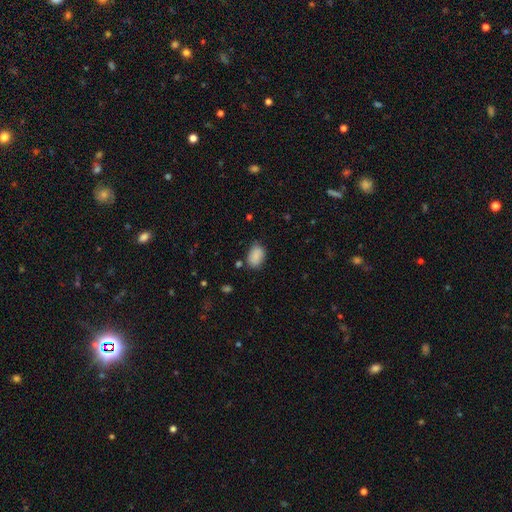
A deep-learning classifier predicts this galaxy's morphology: smooth 85%, star or artifact 8%, featured or disk 8%. Down the decision tree: how rounded — in between (81%); merging — none (70%).